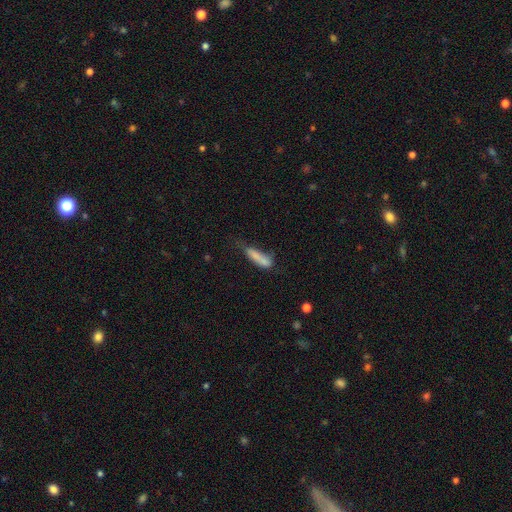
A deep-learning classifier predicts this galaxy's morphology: Smooth or featured: smooth — 70% (featured or disk — 20%)
How rounded: cigar-shaped — 72% (in between — 26%)
Merging: none — 38% (minor disturbance — 28%)